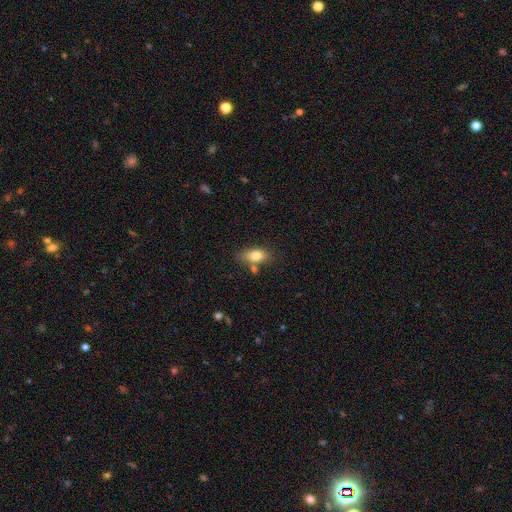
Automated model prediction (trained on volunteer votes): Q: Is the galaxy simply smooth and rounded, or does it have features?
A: smooth — 79%.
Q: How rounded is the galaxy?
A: in between — 85%.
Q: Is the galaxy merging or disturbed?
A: none — 63%.